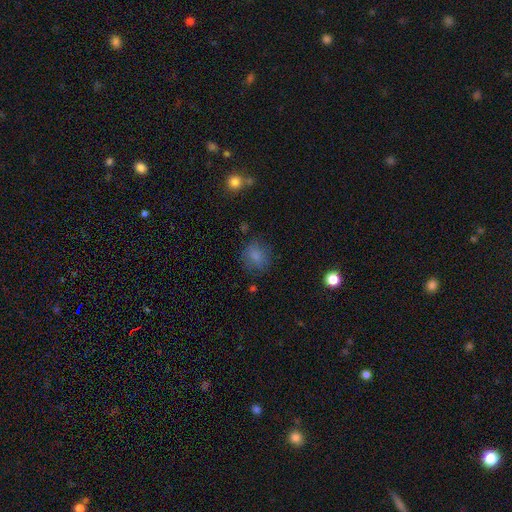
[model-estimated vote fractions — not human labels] Q: Smooth or featured?
A: smooth (79%); runner-up: star or artifact (12%)
Q: How rounded?
A: round (70%); runner-up: in between (29%)
Q: Merging?
A: none (73%); runner-up: minor disturbance (17%)